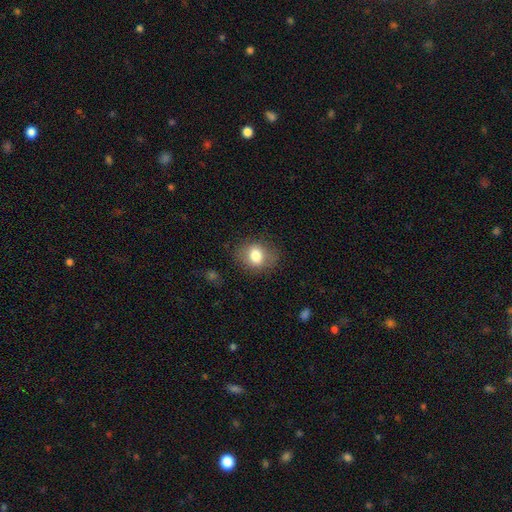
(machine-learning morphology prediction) smooth_or_featured: smooth (p=0.77) [alt: featured or disk p=0.14]
how_rounded: in between (p=0.51) [alt: round p=0.48]
merging: none (p=0.76) [alt: minor disturbance p=0.17]